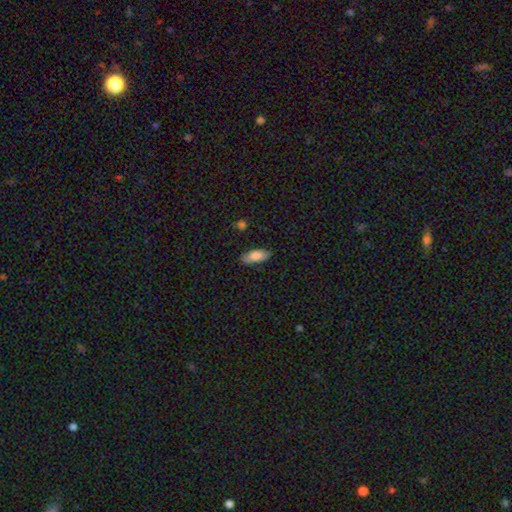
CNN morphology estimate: Smooth or featured?
  - smooth: 85% *
  - featured or disk: 9%
  - star or artifact: 7%
How rounded?
  - in between: 80% *
  - cigar-shaped: 18%
  - round: 2%
Merging?
  - none: 85% *
  - minor disturbance: 12%
  - major disturbance: 2%
  - merger: 1%